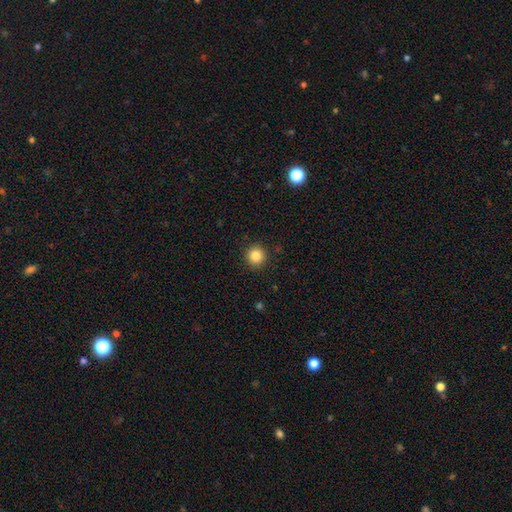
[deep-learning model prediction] A smooth galaxy with no disk features (85%) that is round (94%).

Vote fractions:
- Smooth or featured? smooth: 85% / star or artifact: 11% / featured or disk: 5%
- How rounded? round: 94% / in between: 5% / cigar-shaped: 1%
- Merging? none: 92% / minor disturbance: 5% / major disturbance: 2% / merger: 1%